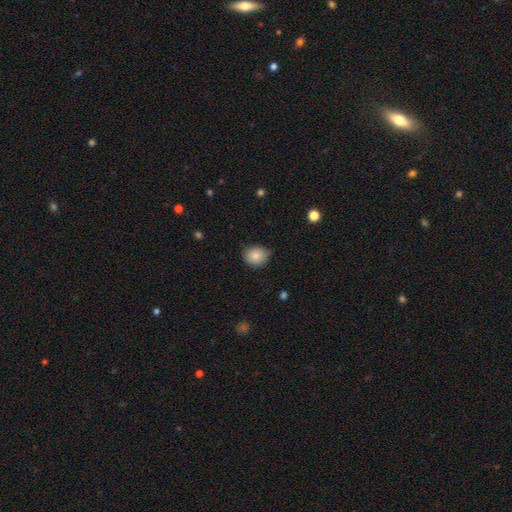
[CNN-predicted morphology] Q: Smooth or featured?
A: smooth (82%); runner-up: star or artifact (9%)
Q: How rounded?
A: round (71%); runner-up: in between (28%)
Q: Merging?
A: none (74%); runner-up: minor disturbance (22%)